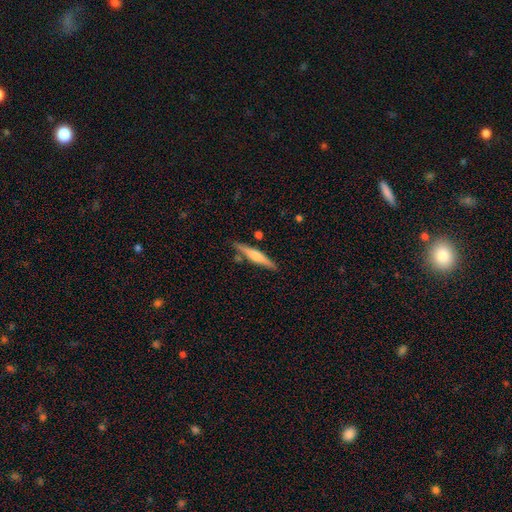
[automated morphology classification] A featured or disk galaxy (53%) viewed edge-on (97%) with a rounded central bulge (69%).

Vote fractions:
- Smooth or featured? featured or disk: 53% / smooth: 41% / star or artifact: 6%
- Edge-on disk? yes: 97% / no: 3%
- Edge-on bulge? rounded: 69% / boxy: 17% / none: 14%
- Merging? none: 83% / minor disturbance: 10% / merger: 5% / major disturbance: 2%